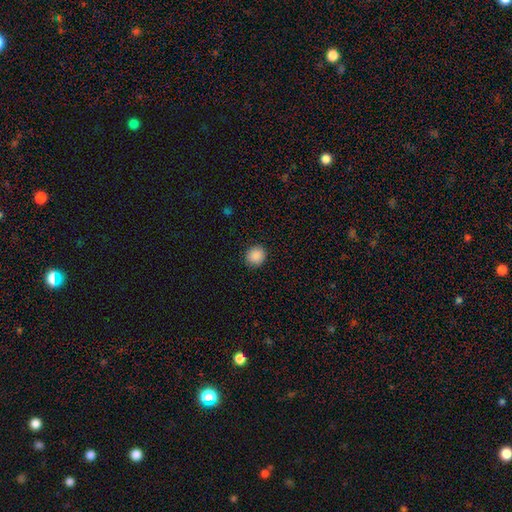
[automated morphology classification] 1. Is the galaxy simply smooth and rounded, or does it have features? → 88% smooth, 9% star or artifact, 3% featured or disk.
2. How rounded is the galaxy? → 83% round, 16% in between, 1% cigar-shaped.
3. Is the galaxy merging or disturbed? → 90% none, 7% minor disturbance, 2% major disturbance, 1% merger.